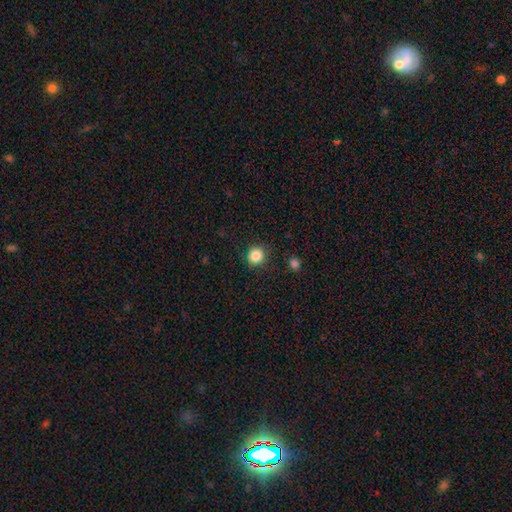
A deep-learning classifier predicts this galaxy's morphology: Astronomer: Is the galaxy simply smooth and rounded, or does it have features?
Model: smooth — 85%.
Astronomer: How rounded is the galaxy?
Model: round — 88%.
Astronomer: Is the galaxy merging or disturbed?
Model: none — 85%.